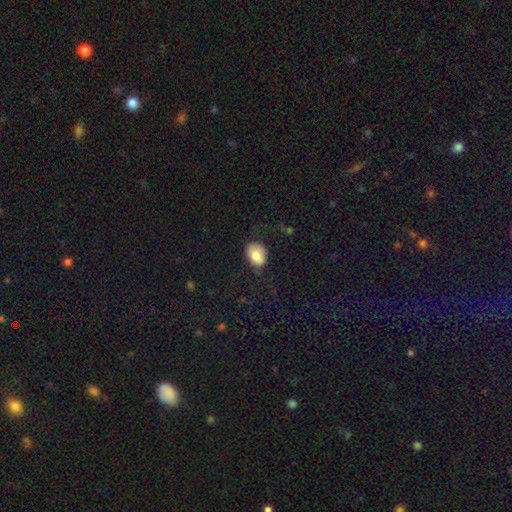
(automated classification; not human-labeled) smooth_or_featured: smooth (p=0.79) [alt: featured or disk p=0.13]
how_rounded: in between (p=0.74) [alt: round p=0.25]
merging: none (p=0.65) [alt: minor disturbance p=0.25]